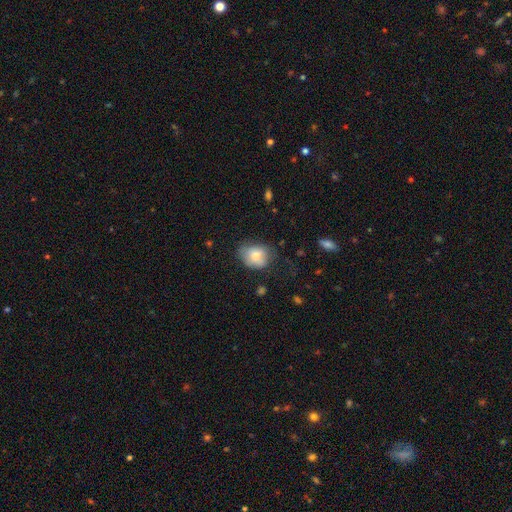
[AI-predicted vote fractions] Smooth or featured: smooth — 78% (featured or disk — 14%)
How rounded: in between — 57% (round — 42%)
Merging: none — 54% (minor disturbance — 32%)